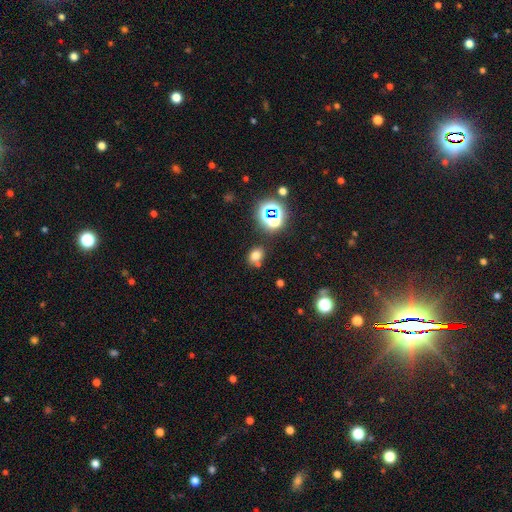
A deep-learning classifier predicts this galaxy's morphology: This appears to be a smooth galaxy with no disk features (69%) that is round (51%). Merging: none (70%).